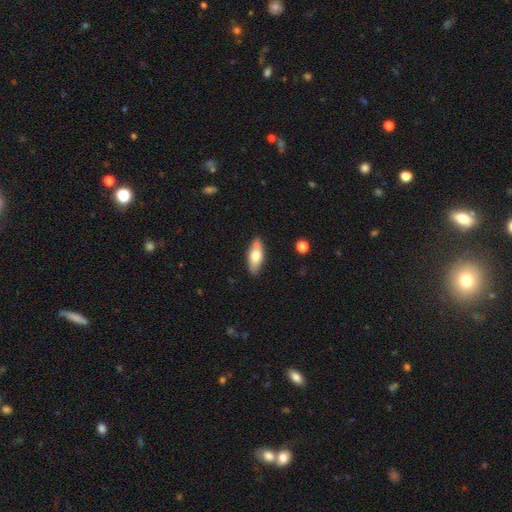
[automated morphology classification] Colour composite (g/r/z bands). It shows a smooth galaxy with no disk features (67%) that is in between round and cigar-shaped (77%). Merging: none (76%).